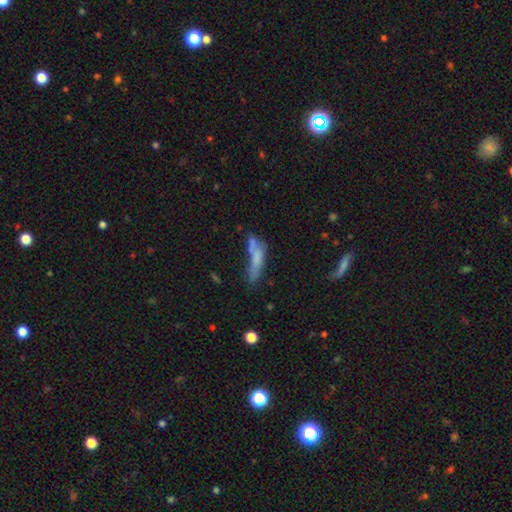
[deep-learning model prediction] This appears to be a smooth galaxy with no disk features (57%) that is cigar-shaped (65%). Merging: none (30%).